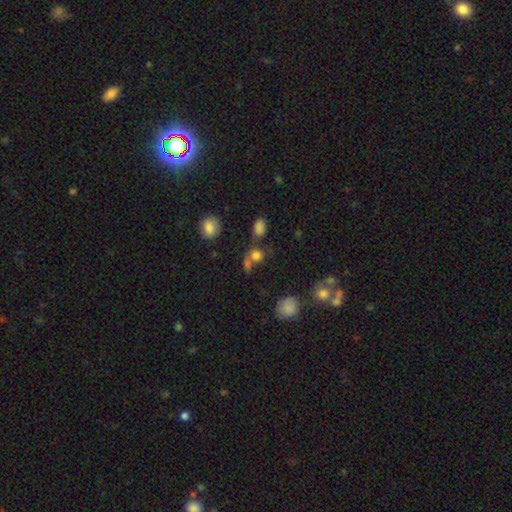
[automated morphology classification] This is likely a smooth galaxy (75%). How rounded: likely round (70%). Merging: marginally none (41%).